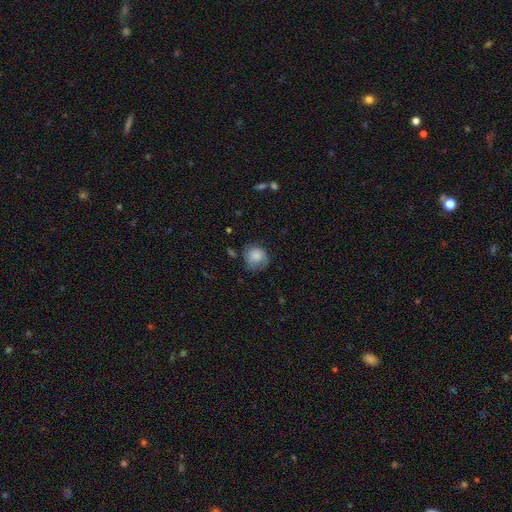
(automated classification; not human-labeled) Smooth or featured? Predicted: smooth (p=0.76). How rounded? Predicted: round (p=0.84). Merging? Predicted: none (p=0.61).